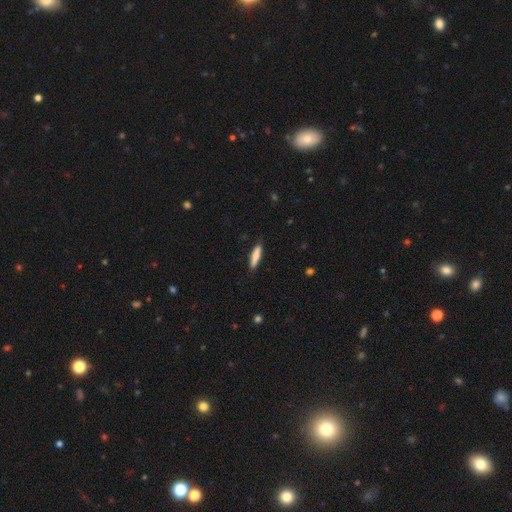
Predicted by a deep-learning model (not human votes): smooth 76%, featured or disk 18%, star or artifact 6%. Down the decision tree: how rounded — cigar-shaped (80%); merging — none (87%).